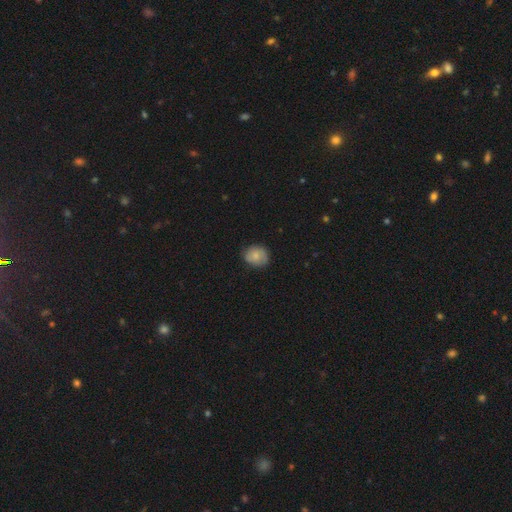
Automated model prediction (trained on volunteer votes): The model was most divided on "how rounded": round: 66%, in between: 33%, cigar-shaped: 1%. More confident: smooth or featured — smooth (76%); merging — none (76%).